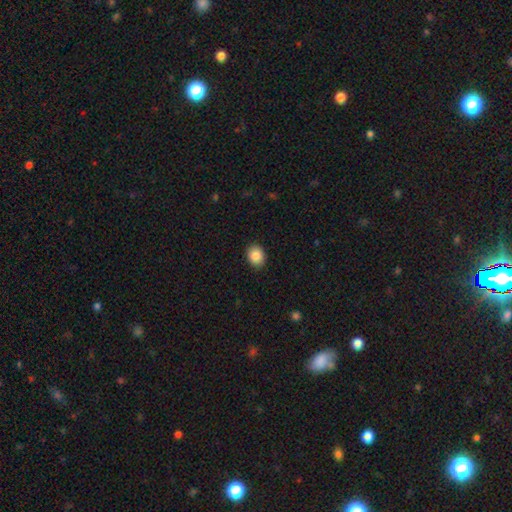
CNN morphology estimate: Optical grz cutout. It shows a smooth galaxy with no disk features (87%) that is in between round and cigar-shaped (54%). Merging: none (90%).